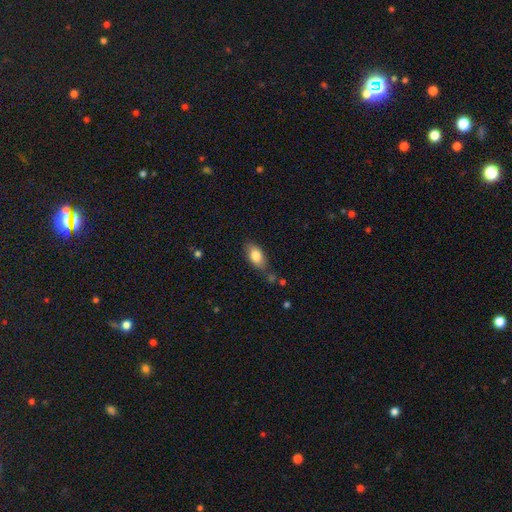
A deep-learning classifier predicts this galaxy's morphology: A smooth galaxy with no disk features (82%) that is in between round and cigar-shaped (89%).

Vote fractions:
- Smooth or featured? smooth: 82% / featured or disk: 11% / star or artifact: 7%
- How rounded? in between: 89% / cigar-shaped: 6% / round: 5%
- Merging? none: 68% / minor disturbance: 20% / merger: 7% / major disturbance: 5%